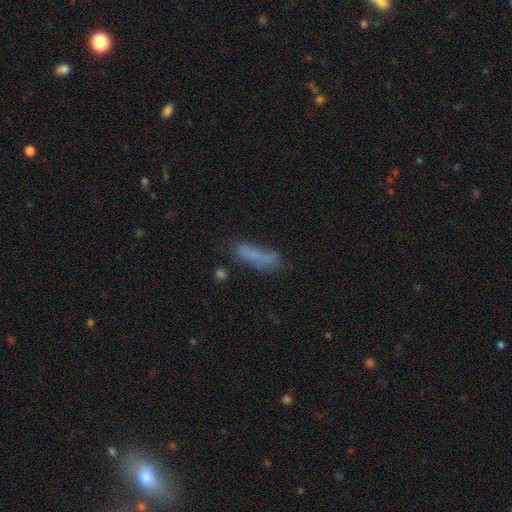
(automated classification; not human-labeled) smooth_or_featured: smooth (p=0.72) [alt: featured or disk p=0.16]
how_rounded: cigar-shaped (p=0.70) [alt: in between p=0.28]
merging: none (p=0.54) [alt: minor disturbance p=0.24]